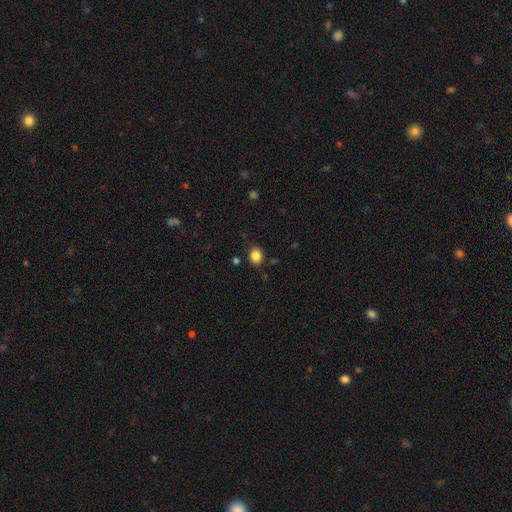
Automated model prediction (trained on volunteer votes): Morphology: type=smooth (86%); roundness=round (52%); merging=none (84%).